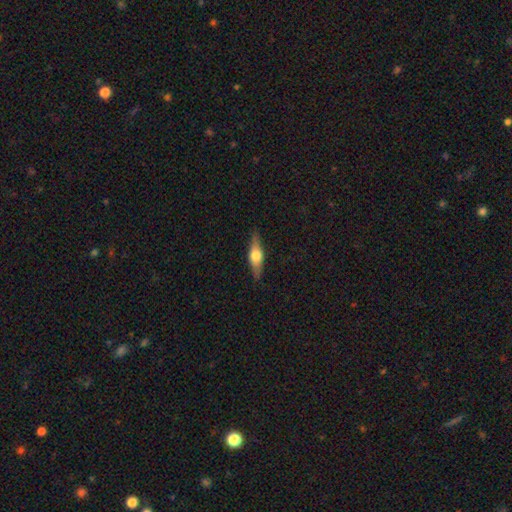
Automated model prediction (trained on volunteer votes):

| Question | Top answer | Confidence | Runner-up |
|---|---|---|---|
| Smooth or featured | featured or disk | 53% | smooth (42%) |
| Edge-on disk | yes | 92% | no (8%) |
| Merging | none | 87% | minor disturbance (10%) |